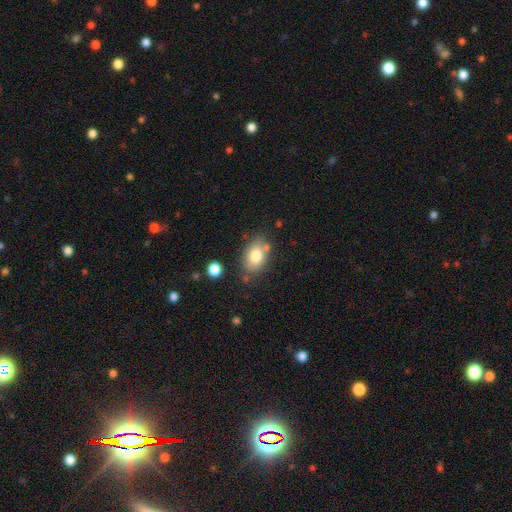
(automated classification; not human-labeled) Q: Smooth or featured?
A: smooth (79%); runner-up: featured or disk (13%)
Q: How rounded?
A: in between (81%); runner-up: round (18%)
Q: Merging?
A: none (72%); runner-up: minor disturbance (16%)